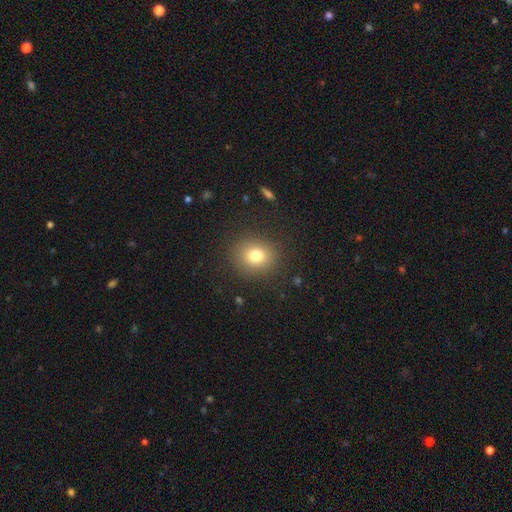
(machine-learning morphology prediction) A smooth galaxy with no disk features (78%) that is round (74%). Merging: none (87%).